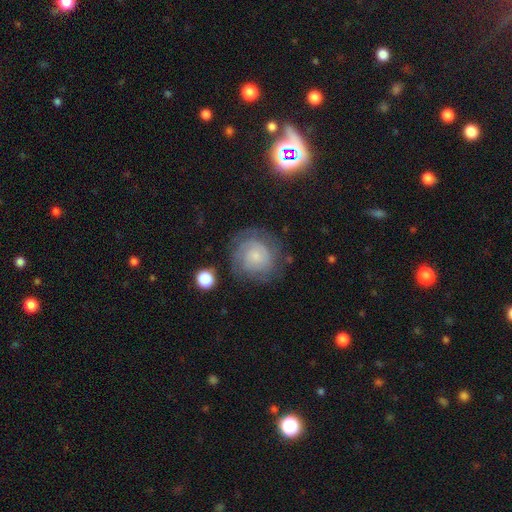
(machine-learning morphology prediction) This appears to be a featured or disk galaxy (57%) with no bar (78%), spiral arms (85%) and a small central bulge (65%). Merging: none (71%).